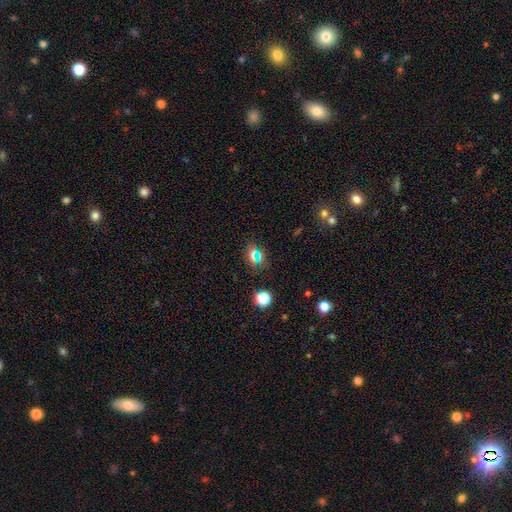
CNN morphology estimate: A smooth galaxy with no disk features (48%). Merging: none (79%).